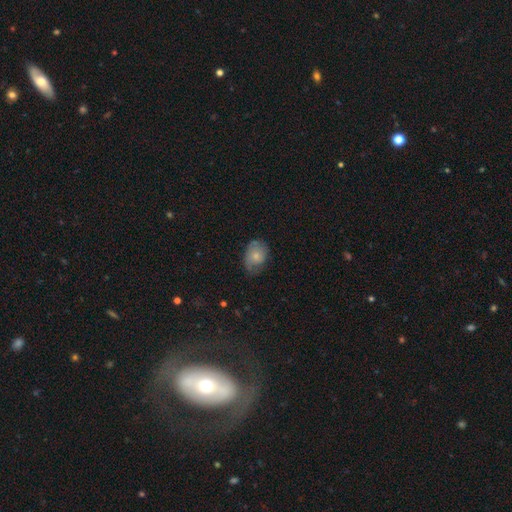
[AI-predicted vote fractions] Overall: smooth (64%; featured or disk 28%). How rounded: in between (72%). Merging: none (52%; minor disturbance 34%).